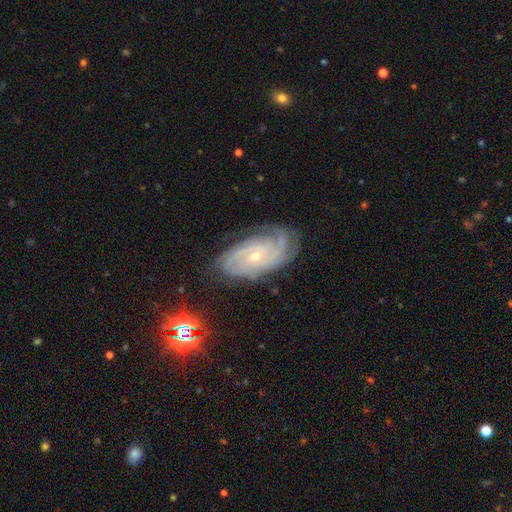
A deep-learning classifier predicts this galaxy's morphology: The model was most divided on "spiral arm count": can't tell: 31%, 3: 20%, 4: 19%, 2: 15%, more than 4: 9%, 1: 6%. More confident: spiral arms — yes (96%); edge-on disk — no (95%); smooth or featured — featured or disk (84%); bulge size — small (75%); merging — none (73%); bar — no (72%); spiral winding — tight (69%).